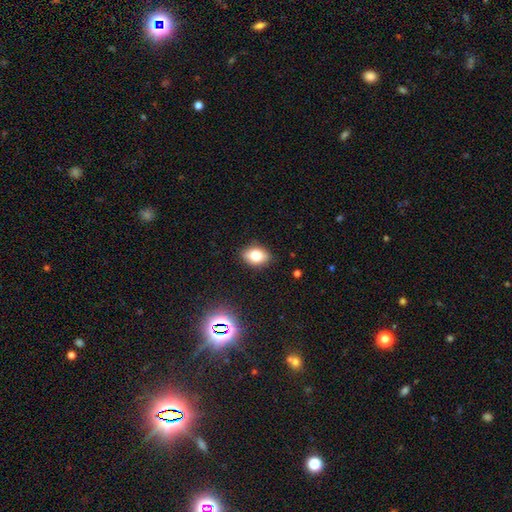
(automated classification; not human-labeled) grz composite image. It shows a smooth galaxy with no disk features (77%) that is in between round and cigar-shaped (79%). Merging: none (86%).